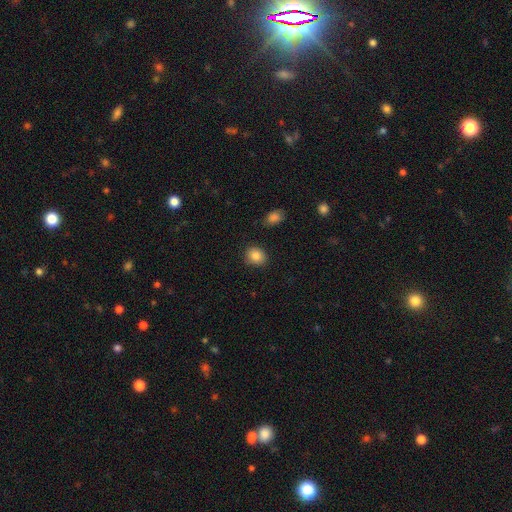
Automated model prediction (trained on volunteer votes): Smooth or featured? Predicted: smooth (p=0.85). How rounded? Predicted: round (p=0.70). Merging? Predicted: none (p=0.87).